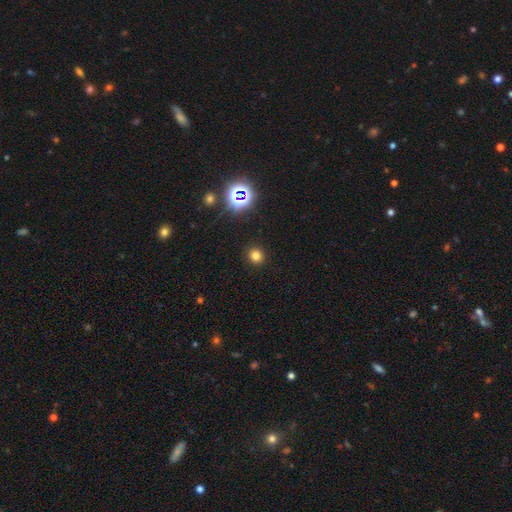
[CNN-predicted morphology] Smooth or featured? Predicted: smooth (p=0.76). How rounded? Predicted: round (p=0.87). Merging? Predicted: none (p=0.91).